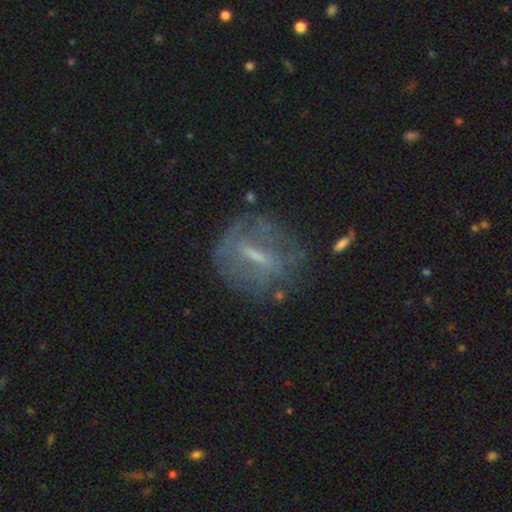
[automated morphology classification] smooth-or-featured: featured or disk: 65% | smooth: 24% | star or artifact: 11%
  disk-edge-on: no: 87% | yes: 13%
    bar: weak: 44% | strong: 37% | no: 19%
    has-spiral-arms: no: 59% | yes: 41%
    bulge-size: small: 47% | moderate: 29% | none: 20% | large: 2% | dominant: 1%
  merging: none: 64% | minor disturbance: 19% | major disturbance: 13% | merger: 3%